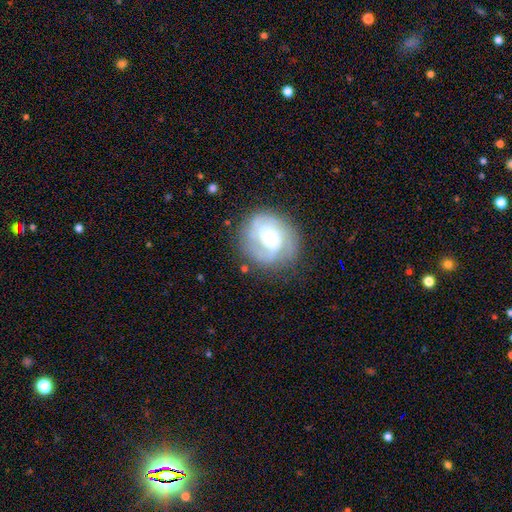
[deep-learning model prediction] smooth-or-featured: featured or disk: 74% | smooth: 19% | star or artifact: 7%
  disk-edge-on: no: 97% | yes: 3%
    bar: no: 54% | weak: 35% | strong: 11%
    has-spiral-arms: yes: 87% | no: 13%
      spiral-winding: tight: 59% | medium: 31% | loose: 10%
      spiral-arm-count: 2: 37% | can't tell: 33% | 3: 16% | 1: 5% | 4: 5% | more than 4: 4%
    bulge-size: small: 53% | moderate: 42% | large: 3% | none: 1% | dominant: 1%
  merging: none: 74% | minor disturbance: 17% | major disturbance: 7% | merger: 2%